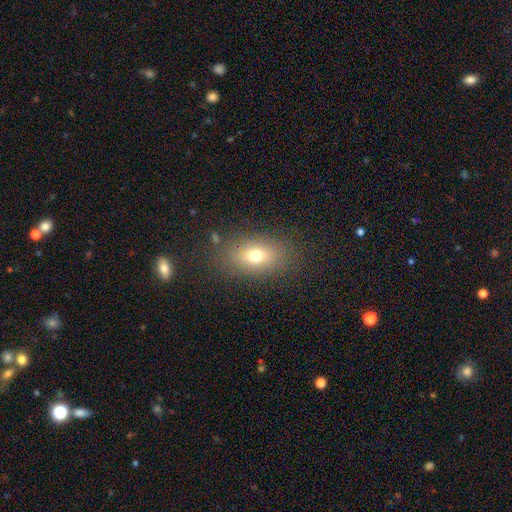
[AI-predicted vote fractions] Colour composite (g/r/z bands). It shows a smooth galaxy with no disk features (71%) that is in between round and cigar-shaped (75%). Merging: none (82%).